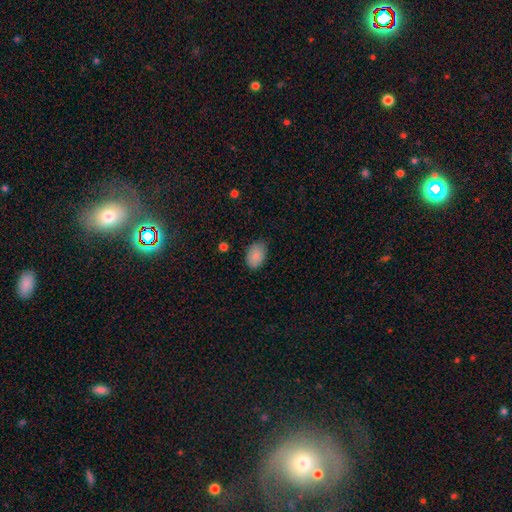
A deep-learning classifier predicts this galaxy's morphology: Overall: smooth (88%). How rounded: in between (85%). Merging: none (79%).